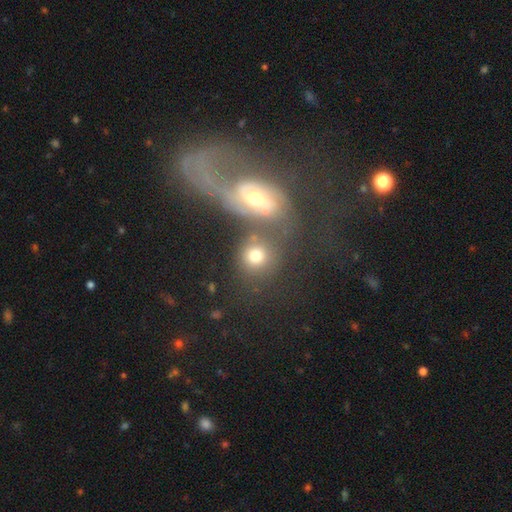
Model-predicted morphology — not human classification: smooth_or_featured: smooth (p=0.69) [alt: featured or disk p=0.18]
how_rounded: round (p=0.79) [alt: in between p=0.19]
merging: none (p=0.55) [alt: merger p=0.28]